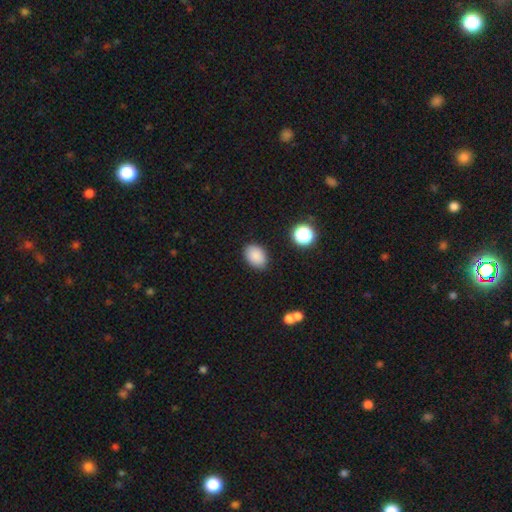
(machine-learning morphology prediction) Smooth or featured? Predicted: smooth (p=0.87). How rounded? Predicted: in between (p=0.78). Merging? Predicted: none (p=0.85).